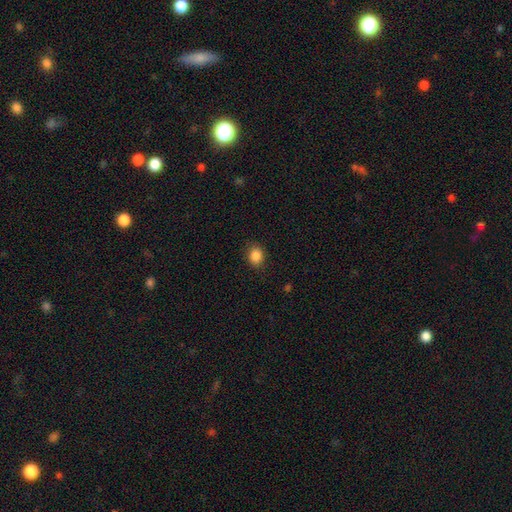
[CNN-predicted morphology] A smooth galaxy with no disk features (86%) that is round (53%). Merging: none (85%).